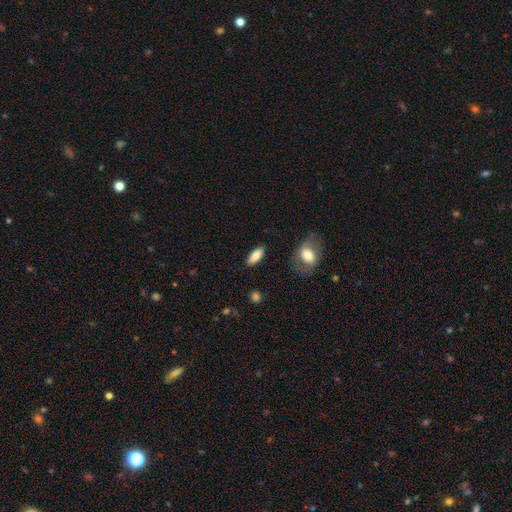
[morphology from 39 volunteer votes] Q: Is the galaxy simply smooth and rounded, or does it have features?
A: smooth — 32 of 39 (82%).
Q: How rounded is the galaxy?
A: in between — 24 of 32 (75%).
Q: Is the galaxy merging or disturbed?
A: none — 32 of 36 (89%).